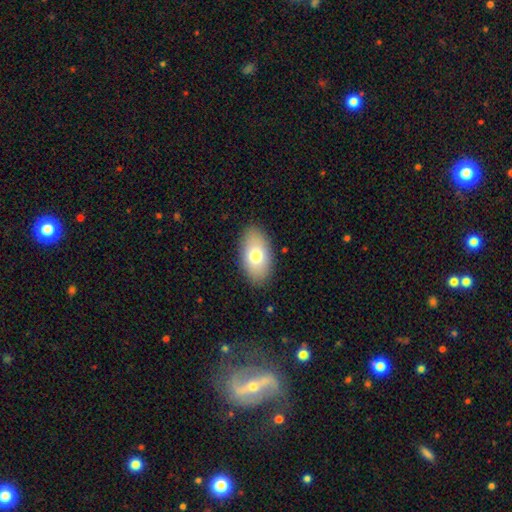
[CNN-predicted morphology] This is likely a smooth galaxy (74%). How rounded: clearly in between (93%). Merging: clearly none (88%).